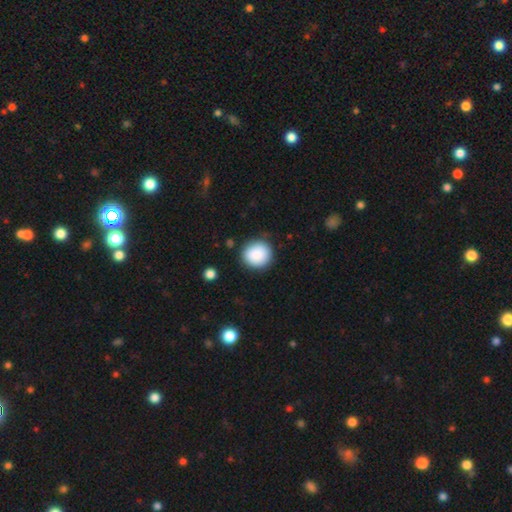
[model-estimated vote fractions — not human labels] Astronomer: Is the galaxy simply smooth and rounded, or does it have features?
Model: smooth — 88%.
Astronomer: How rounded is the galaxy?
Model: round — 89%.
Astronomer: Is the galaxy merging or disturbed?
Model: none — 86%.